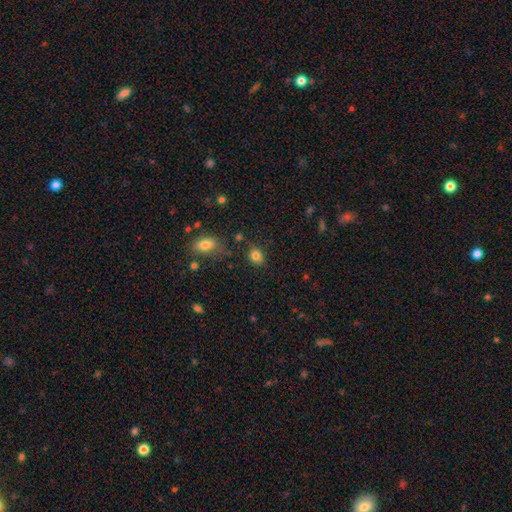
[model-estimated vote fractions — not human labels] A smooth galaxy with no disk features (82%) that is round (55%). Merging: none (78%).